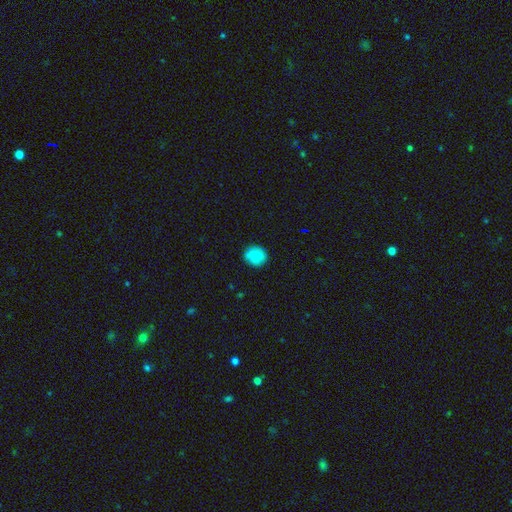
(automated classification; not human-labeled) smooth 84%, star or artifact 8%, featured or disk 8%. Down the decision tree: how rounded — round (84%); merging — none (85%).